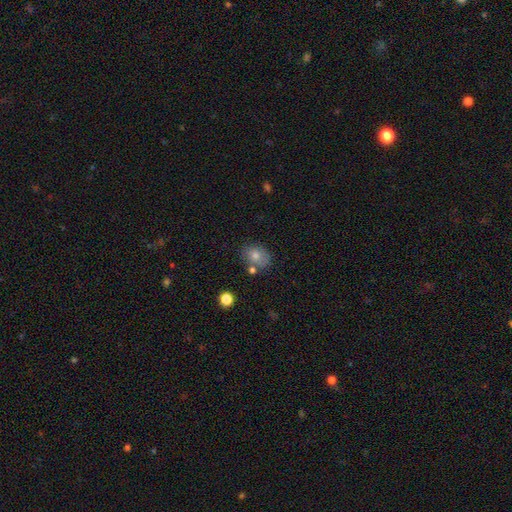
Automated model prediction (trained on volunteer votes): smooth 73%, featured or disk 15%, star or artifact 13%. Down the decision tree: how rounded — in between (50%); merging — none (71%).